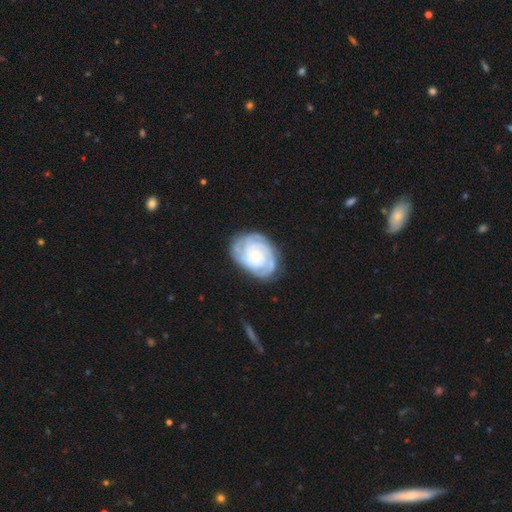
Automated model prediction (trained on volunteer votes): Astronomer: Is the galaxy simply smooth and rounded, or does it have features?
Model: featured or disk — 84%.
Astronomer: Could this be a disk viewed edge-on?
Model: no — 98%.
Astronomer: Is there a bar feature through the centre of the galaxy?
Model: no — 75%.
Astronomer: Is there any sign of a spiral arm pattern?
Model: yes — 96%.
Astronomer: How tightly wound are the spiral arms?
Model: tight — 76%.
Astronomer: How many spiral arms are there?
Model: can't tell — 30% (runner-up: 3, 25%).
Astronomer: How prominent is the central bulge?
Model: small — 68%.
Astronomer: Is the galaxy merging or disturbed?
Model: none — 75%.